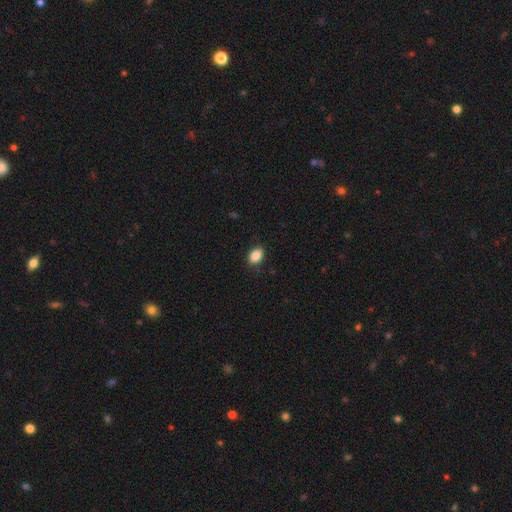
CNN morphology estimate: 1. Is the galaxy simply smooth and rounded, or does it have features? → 88% smooth, 8% star or artifact, 4% featured or disk.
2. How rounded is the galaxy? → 80% in between, 19% round, 1% cigar-shaped.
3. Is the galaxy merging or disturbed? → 85% none, 11% minor disturbance, 2% major disturbance, 1% merger.